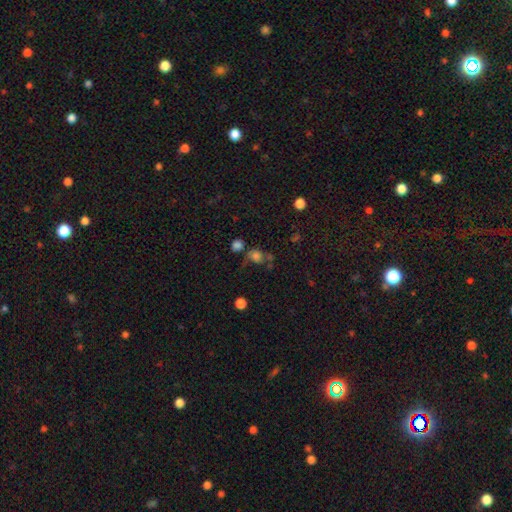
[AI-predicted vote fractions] This appears to be a smooth galaxy with no disk features (53%) that is round (76%). Merging: none (54%).